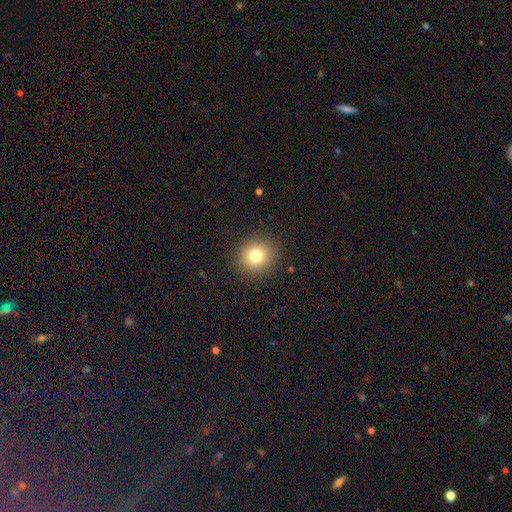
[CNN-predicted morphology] type=smooth (79%); roundness=round (87%); merging=none (90%).